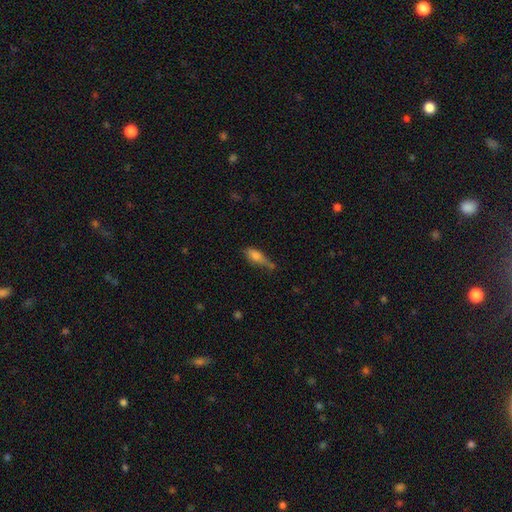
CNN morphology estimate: Smooth or featured? smooth (72%)
How rounded? in between (60%)
Merging? none (37%)